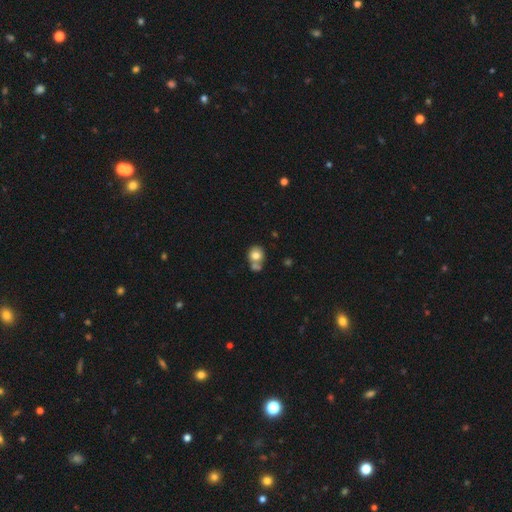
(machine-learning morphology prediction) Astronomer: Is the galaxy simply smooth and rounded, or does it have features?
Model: smooth — 78%.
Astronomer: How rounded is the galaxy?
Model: round — 75%.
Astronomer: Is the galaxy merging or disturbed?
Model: none — 45% (runner-up: merger, 40%).